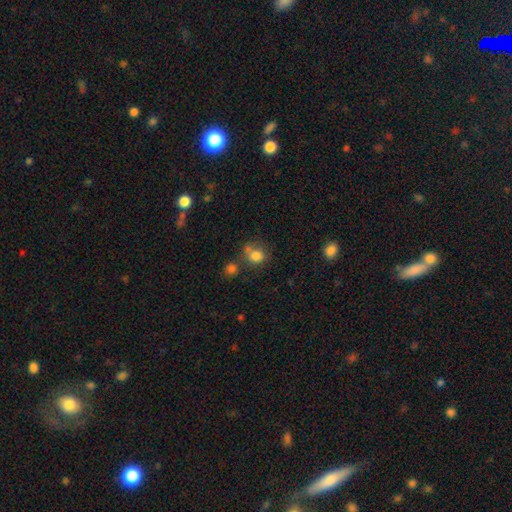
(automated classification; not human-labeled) This appears to be a smooth galaxy with no disk features (79%) that is round (76%). Merging: none (49%).